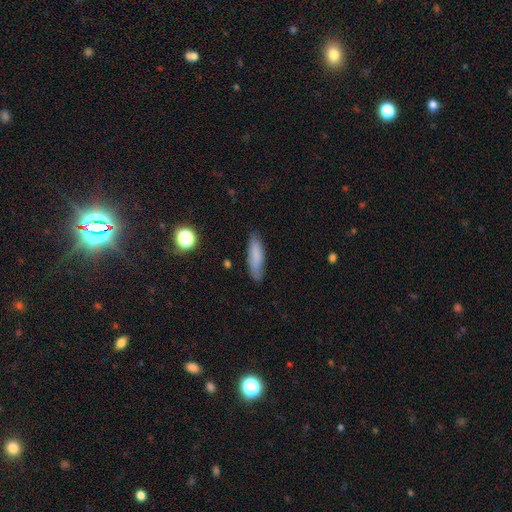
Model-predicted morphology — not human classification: A smooth galaxy with no disk features (79%) that is cigar-shaped (66%). Merging: none (81%).